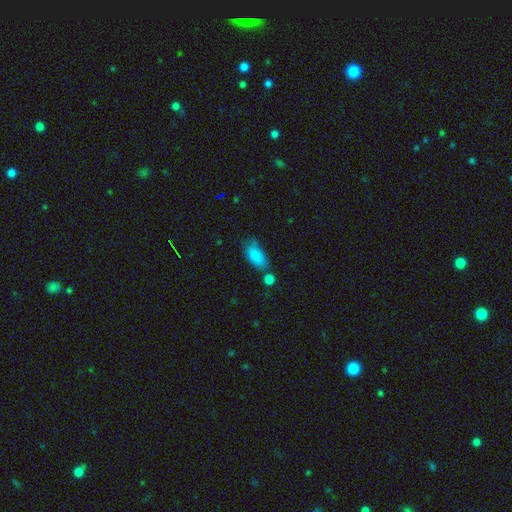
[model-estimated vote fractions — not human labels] The model was most divided on "merging": none: 51%, minor disturbance: 26%, merger: 13%, major disturbance: 9%. More confident: how rounded — in between (90%); smooth or featured — smooth (85%).